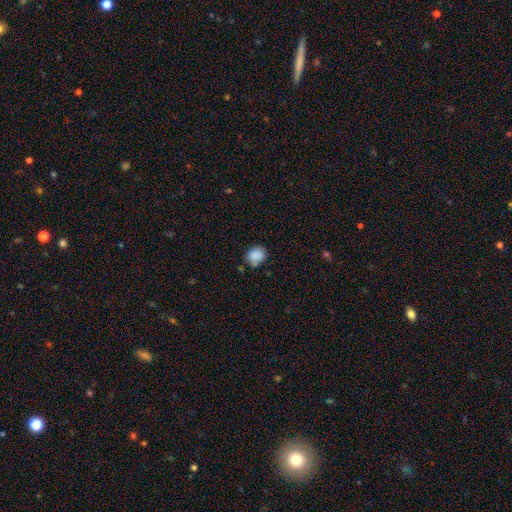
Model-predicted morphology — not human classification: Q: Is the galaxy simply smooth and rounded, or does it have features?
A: smooth — 86%.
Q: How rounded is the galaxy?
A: round — 62%.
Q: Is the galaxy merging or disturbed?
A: none — 69%.